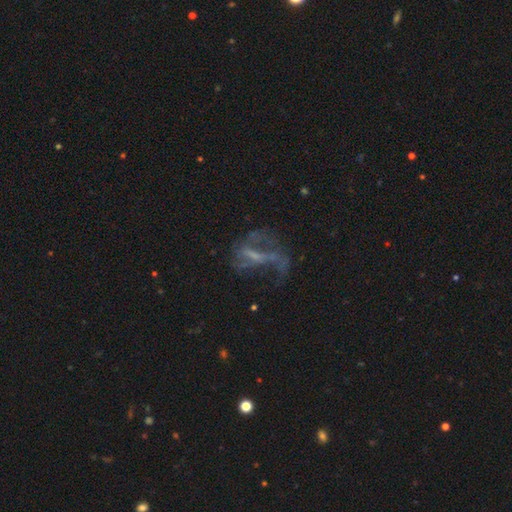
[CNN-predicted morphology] Q: Smooth or featured?
A: featured or disk (62%); runner-up: star or artifact (19%)
Q: Edge-on disk?
A: no (91%); runner-up: yes (9%)
Q: Bar?
A: no (41%); runner-up: weak (32%)
Q: Spiral arms?
A: no (57%); runner-up: yes (43%)
Q: Bulge size?
A: none (49%); runner-up: small (34%)
Q: Merging?
A: major disturbance (46%); runner-up: none (33%)